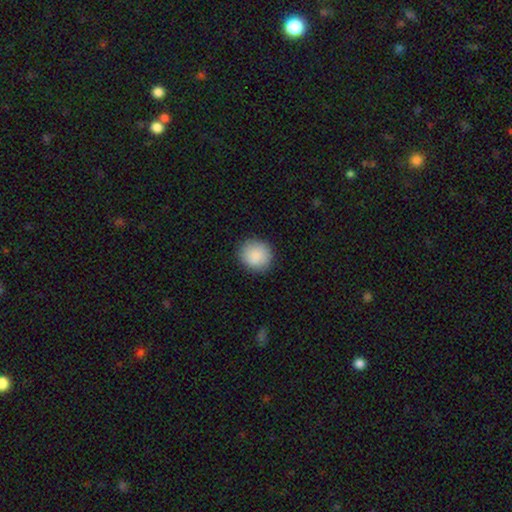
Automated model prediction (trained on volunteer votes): Smooth or featured? smooth (89%)
How rounded? round (91%)
Merging? none (89%)